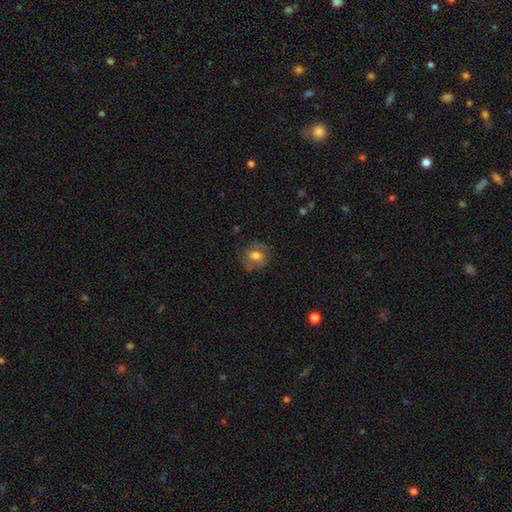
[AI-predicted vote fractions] Q: Smooth or featured?
A: smooth (64%); runner-up: featured or disk (27%)
Q: How rounded?
A: round (56%); runner-up: in between (43%)
Q: Merging?
A: none (71%); runner-up: minor disturbance (19%)